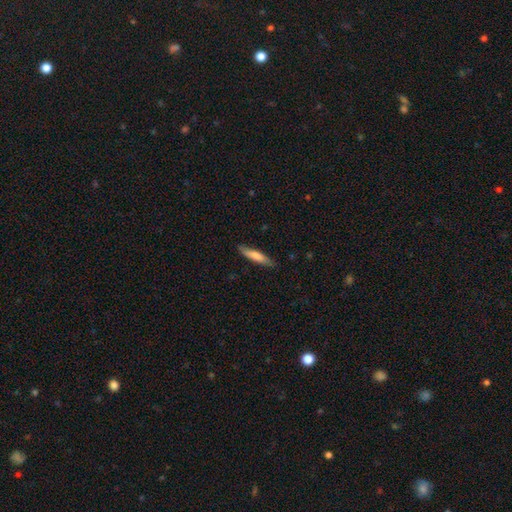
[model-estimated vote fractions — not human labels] The model was most divided on "smooth or featured": smooth: 72%, featured or disk: 22%, star or artifact: 5%. More confident: how rounded — cigar-shaped (86%); merging — none (83%).